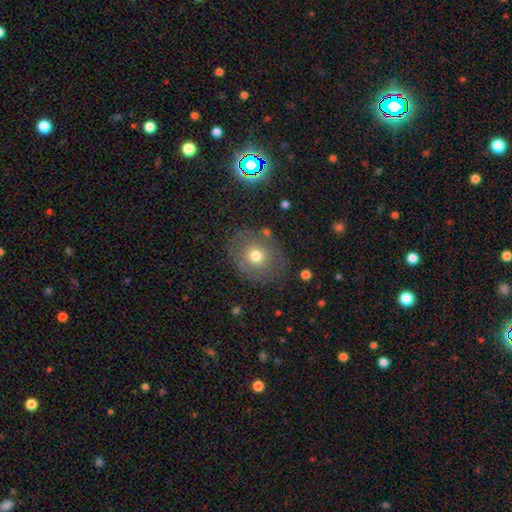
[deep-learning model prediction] This appears to be a smooth galaxy with no disk features (61%) that is round (51%). Merging: none (76%).